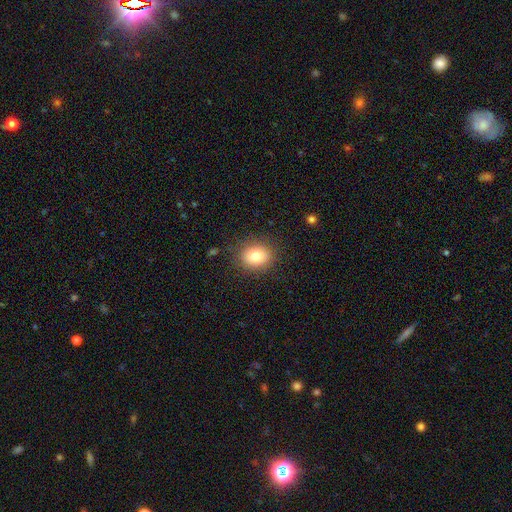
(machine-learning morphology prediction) The model was most divided on "how rounded": round: 62%, in between: 37%, cigar-shaped: 1%. More confident: merging — none (86%); smooth or featured — smooth (80%).